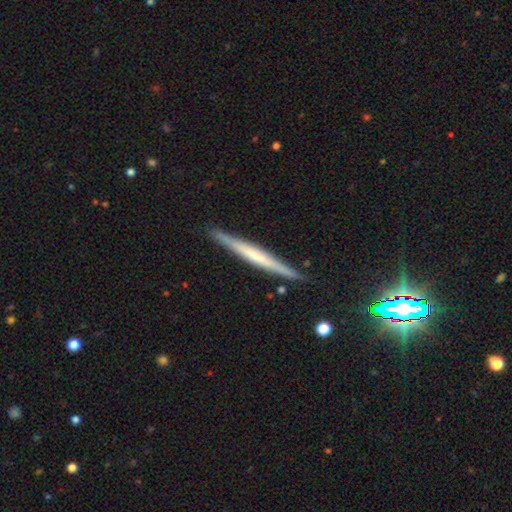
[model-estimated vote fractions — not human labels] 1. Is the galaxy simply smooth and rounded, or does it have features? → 56% featured or disk, 38% smooth, 6% star or artifact.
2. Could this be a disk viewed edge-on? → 97% yes, 3% no.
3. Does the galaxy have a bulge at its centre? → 62% none, 21% rounded, 17% boxy.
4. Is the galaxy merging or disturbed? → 89% none, 8% minor disturbance, 1% major disturbance, 1% merger.